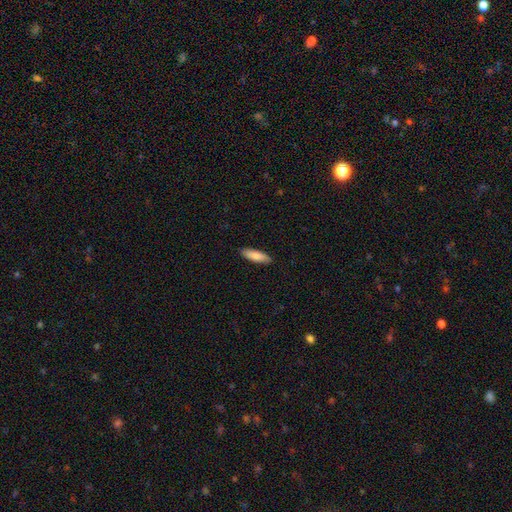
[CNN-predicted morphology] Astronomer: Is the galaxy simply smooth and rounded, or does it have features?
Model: smooth — 84%.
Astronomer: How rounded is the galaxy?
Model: in between — 50% (runner-up: cigar-shaped, 49%).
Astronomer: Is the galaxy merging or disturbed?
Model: none — 89%.